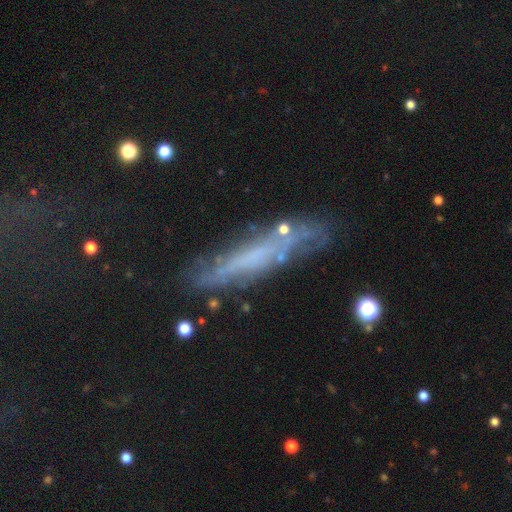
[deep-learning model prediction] This appears to be a featured or disk galaxy (52%) viewed edge-on (63%). Merging: none (69%).